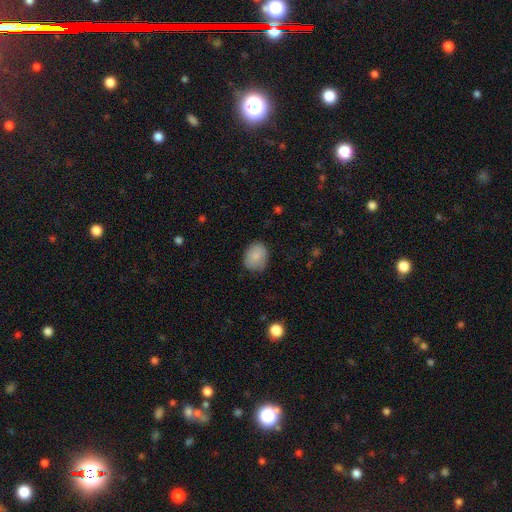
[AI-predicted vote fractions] Morphology: type=smooth (86%); roundness=in between (52%); merging=none (79%).